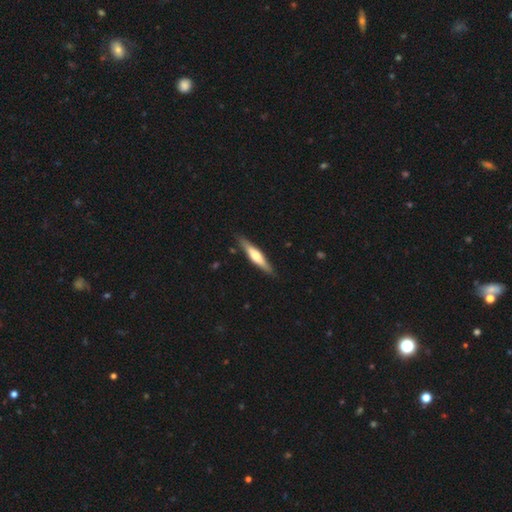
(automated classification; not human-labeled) A featured or disk galaxy (50%) viewed edge-on (93%). Merging: none (87%).